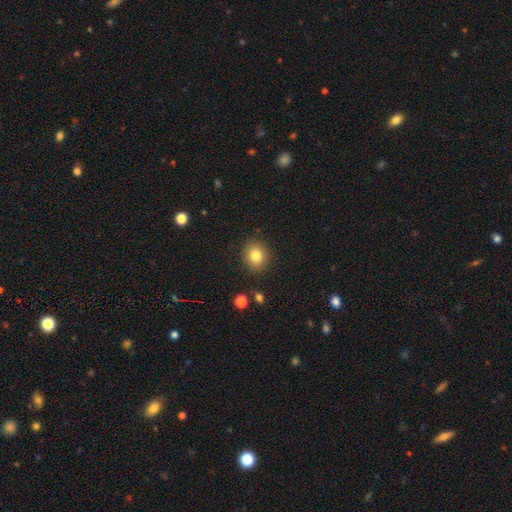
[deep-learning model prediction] A smooth galaxy with no disk features (82%) that is round (73%). Merging: none (89%).